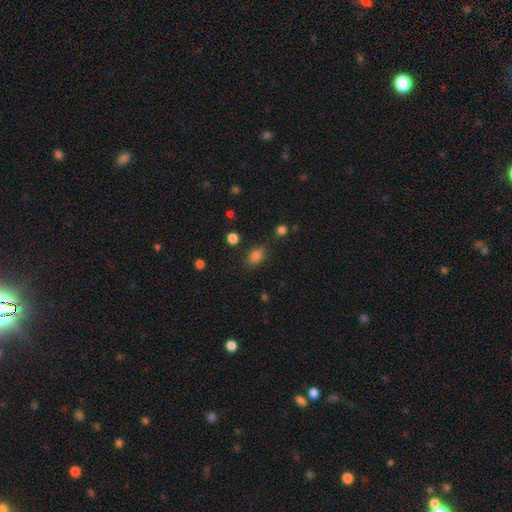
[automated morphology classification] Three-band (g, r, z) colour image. It shows a smooth galaxy with no disk features (82%) that is in between round and cigar-shaped (79%). Merging: none (74%).